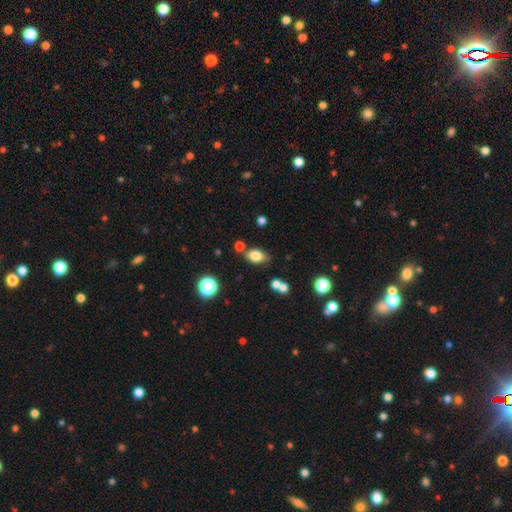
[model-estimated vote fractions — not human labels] This appears to be a smooth galaxy with no disk features (80%) that is in between round and cigar-shaped (85%). Merging: none (73%).